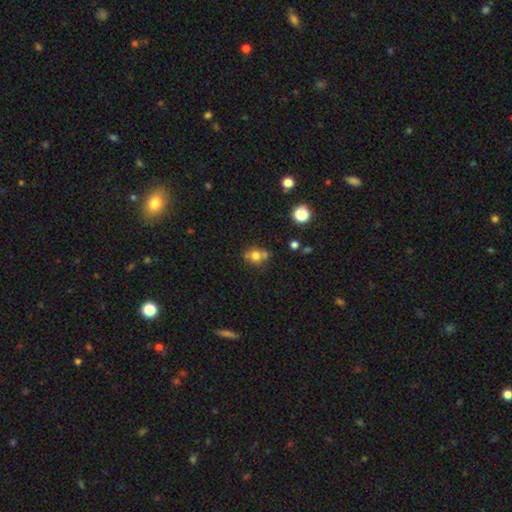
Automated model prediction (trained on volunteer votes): Q: Smooth or featured?
A: smooth (68%); runner-up: featured or disk (17%)
Q: How rounded?
A: round (66%); runner-up: in between (32%)
Q: Merging?
A: none (57%); runner-up: merger (20%)